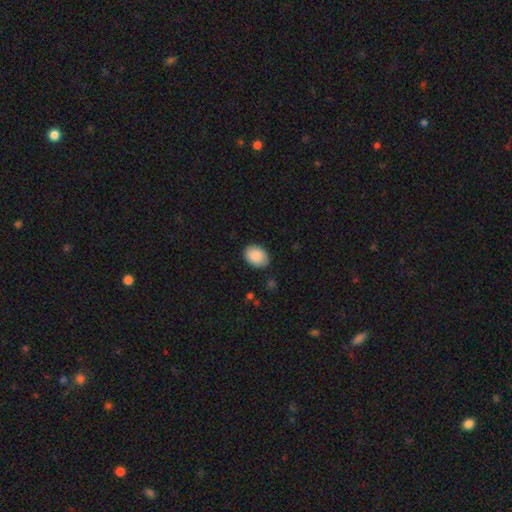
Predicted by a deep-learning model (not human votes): Morphology: type=smooth (89%); roundness=in between (78%); merging=none (82%).